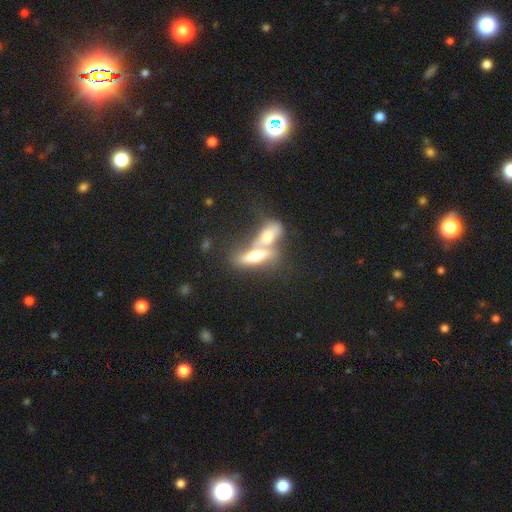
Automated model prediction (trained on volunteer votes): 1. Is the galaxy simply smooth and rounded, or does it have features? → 50% smooth, 43% featured or disk, 7% star or artifact.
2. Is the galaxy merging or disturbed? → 67% merger, 22% none, 7% minor disturbance, 5% major disturbance.